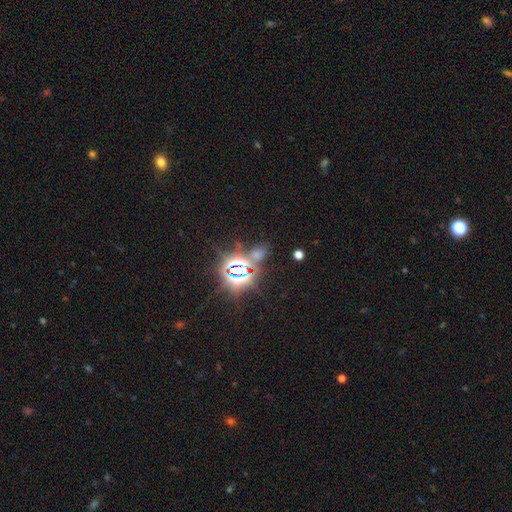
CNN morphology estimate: Overall: star or artifact (80%).